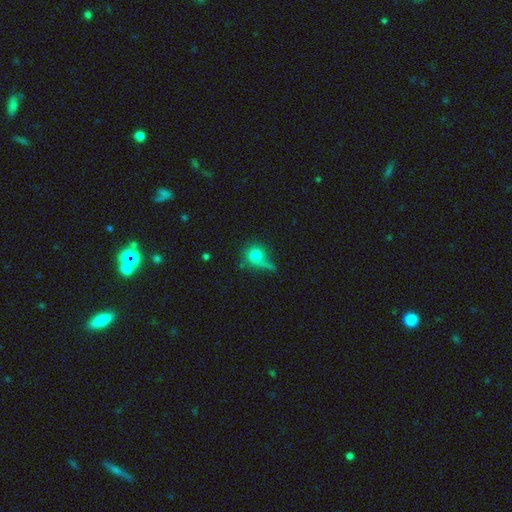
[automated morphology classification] Overall: smooth (75%). How rounded: round (82%). Merging: none (47%; minor disturbance 22%).